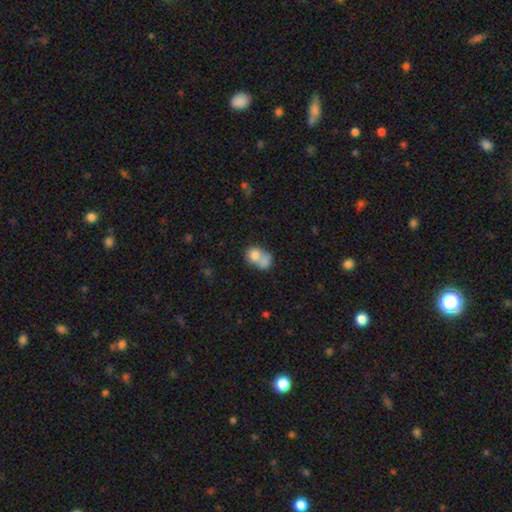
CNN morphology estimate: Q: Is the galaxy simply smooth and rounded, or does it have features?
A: smooth — 74%.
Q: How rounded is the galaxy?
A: round — 58%.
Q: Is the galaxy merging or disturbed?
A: merger — 66%.